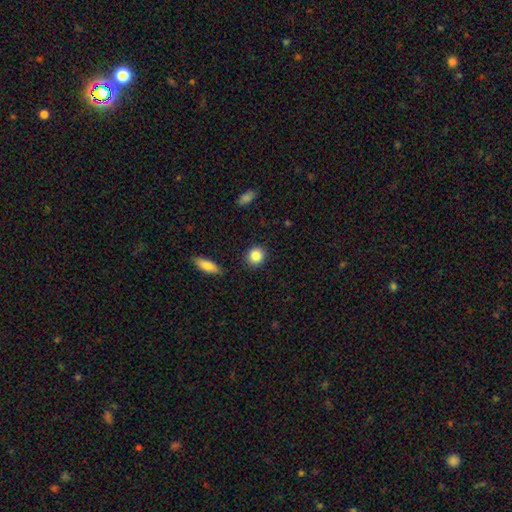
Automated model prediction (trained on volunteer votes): Morphology: type=smooth (86%); roundness=round (82%); merging=none (89%).